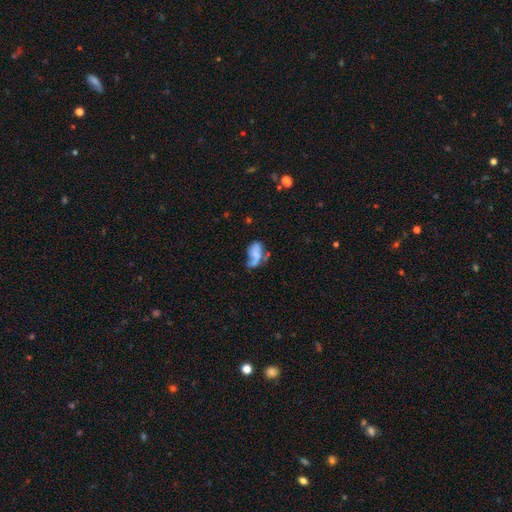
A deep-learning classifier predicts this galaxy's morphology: smooth 47%, featured or disk 43%, star or artifact 10%. Down the decision tree: merging — major disturbance (33%).